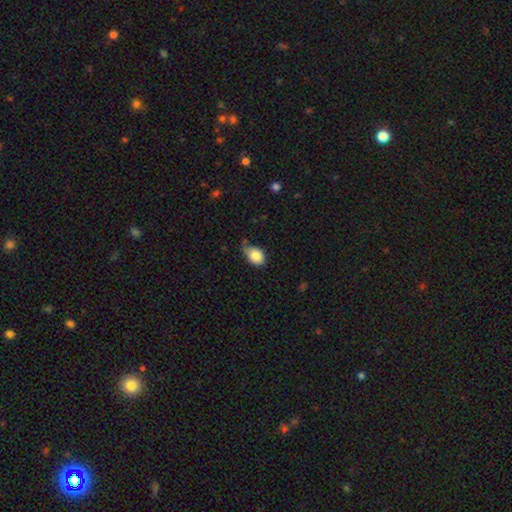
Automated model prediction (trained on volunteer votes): A smooth galaxy with no disk features (84%) that is in between round and cigar-shaped (74%).

Vote fractions:
- Smooth or featured? smooth: 84% / featured or disk: 9% / star or artifact: 8%
- How rounded? in between: 74% / round: 25% / cigar-shaped: 1%
- Merging? minor disturbance: 44% / none: 43% / major disturbance: 10% / merger: 4%